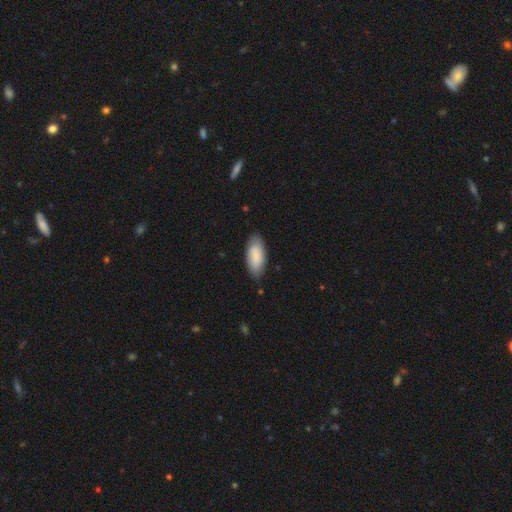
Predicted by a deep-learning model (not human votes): Smooth or featured: smooth — 86% (featured or disk — 9%)
How rounded: in between — 88% (cigar-shaped — 11%)
Merging: none — 81% (minor disturbance — 15%)